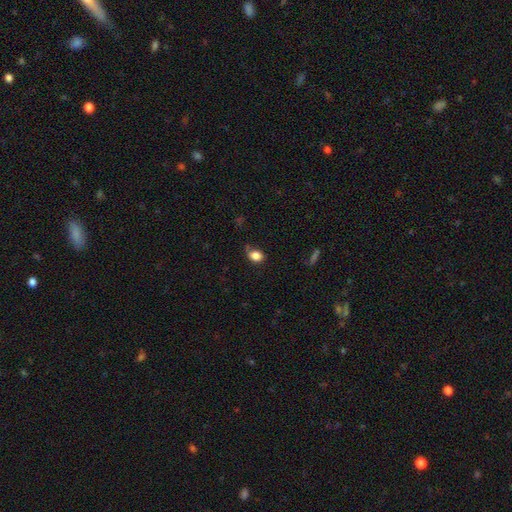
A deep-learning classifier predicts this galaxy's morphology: smooth-or-featured: smooth: 84% | star or artifact: 10% | featured or disk: 6%
  how-rounded: in between: 57% | round: 42% | cigar-shaped: 1%
  merging: none: 58% | minor disturbance: 29% | major disturbance: 9% | merger: 4%